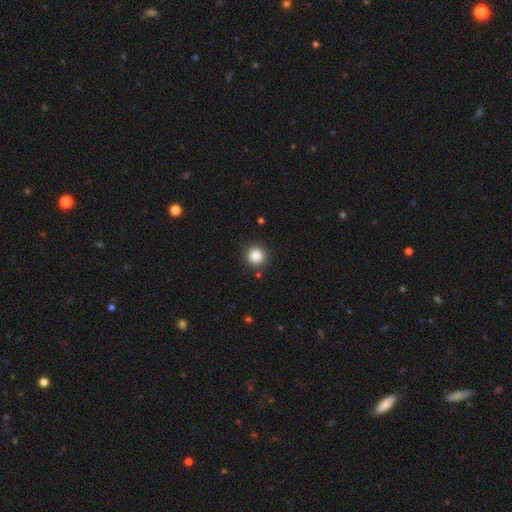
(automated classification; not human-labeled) Smooth or featured? smooth (86%)
How rounded? round (95%)
Merging? none (89%)